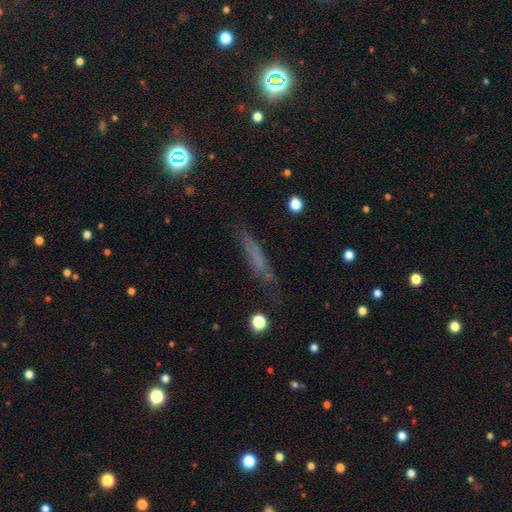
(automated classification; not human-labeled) Smooth or featured: smooth — 55% (featured or disk — 29%)
How rounded: cigar-shaped — 85% (in between — 12%)
Merging: none — 72% (minor disturbance — 18%)